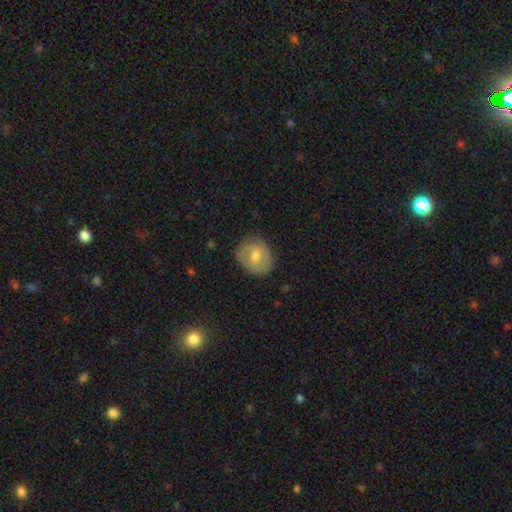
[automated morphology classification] The model was most divided on "smooth or featured": smooth: 56%, featured or disk: 36%, star or artifact: 8%. More confident: merging — none (77%); how rounded — round (63%).